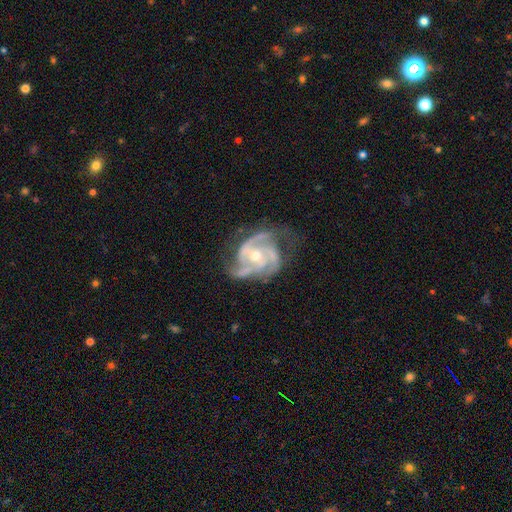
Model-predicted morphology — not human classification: Smooth or featured? Predicted: featured or disk (p=0.91). Edge-on disk? Predicted: no (p=0.98). Bar? Predicted: no (p=0.63). Spiral arms? Predicted: yes (p=0.98). Spiral winding? Predicted: medium (p=0.48). Spiral arm count? Predicted: 3 (p=0.63). Bulge size? Predicted: moderate (p=0.50). Merging? Predicted: none (p=0.65).